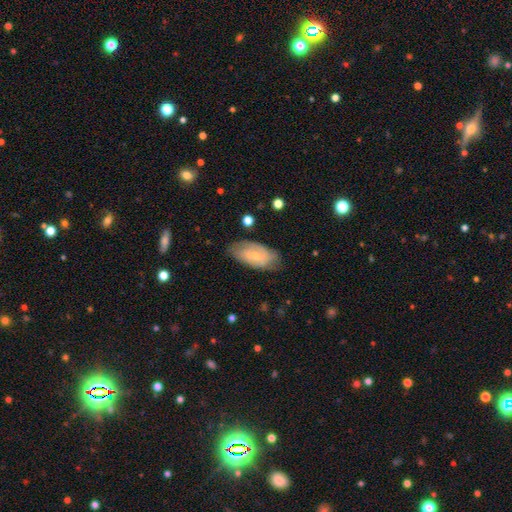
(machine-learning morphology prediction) Smooth or featured? Predicted: smooth (p=0.51). How rounded? Predicted: in between (p=0.91). Merging? Predicted: none (p=0.71).